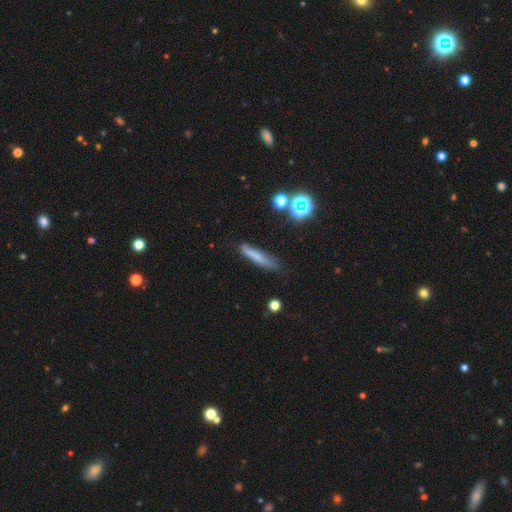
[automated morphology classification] A smooth galaxy with no disk features (67%) that is cigar-shaped (88%).

Vote fractions:
- Smooth or featured? smooth: 67% / featured or disk: 22% / star or artifact: 11%
- How rounded? cigar-shaped: 88% / in between: 9% / round: 3%
- Merging? none: 70% / minor disturbance: 22% / major disturbance: 5% / merger: 3%